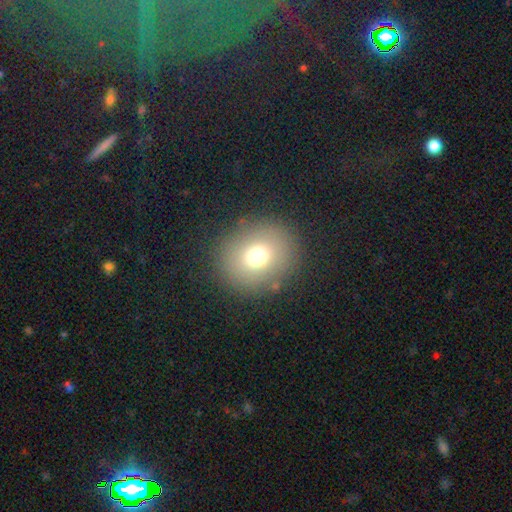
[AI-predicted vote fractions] smooth 73%, star or artifact 14%, featured or disk 12%. Down the decision tree: how rounded — round (78%); merging — none (89%).